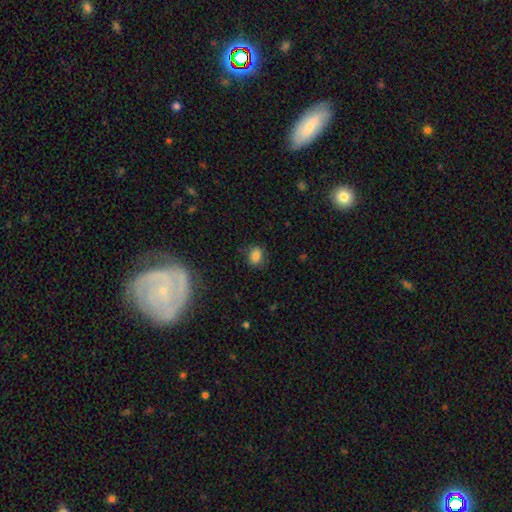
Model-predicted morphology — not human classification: A smooth galaxy with no disk features (81%) that is in between round and cigar-shaped (51%). Merging: none (80%).